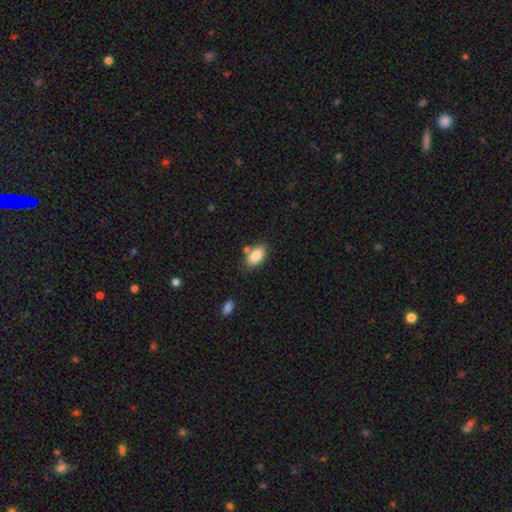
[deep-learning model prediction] Smooth or featured?
  - smooth: 87% *
  - star or artifact: 7%
  - featured or disk: 6%
How rounded?
  - in between: 92% *
  - round: 5%
  - cigar-shaped: 3%
Merging?
  - none: 73% *
  - minor disturbance: 14%
  - merger: 10%
  - major disturbance: 3%